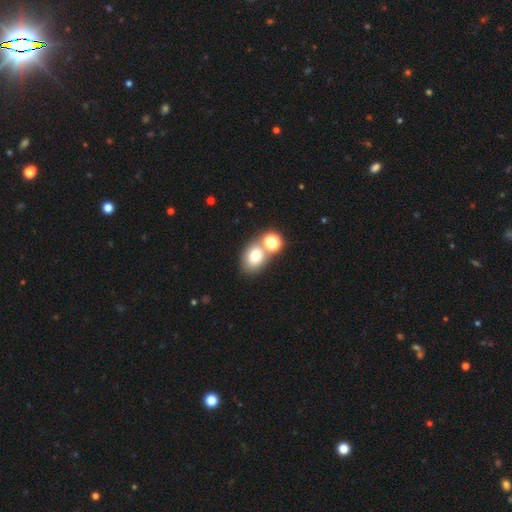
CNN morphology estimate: smooth-or-featured: smooth: 74% | star or artifact: 14% | featured or disk: 13%
  how-rounded: in between: 58% | round: 41% | cigar-shaped: 1%
  merging: none: 53% | merger: 32% | minor disturbance: 10% | major disturbance: 4%